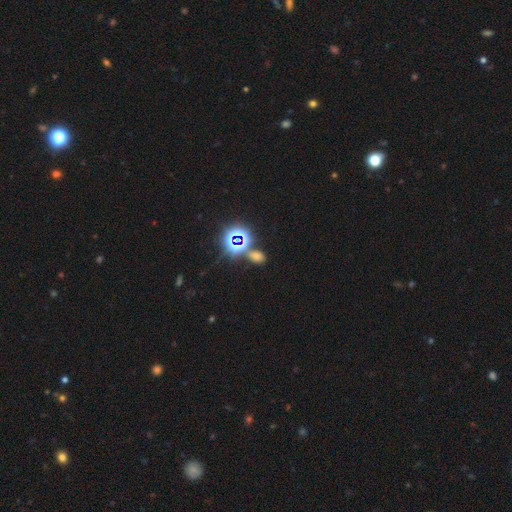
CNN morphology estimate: smooth_or_featured: star or artifact (p=0.48) [alt: smooth p=0.44]